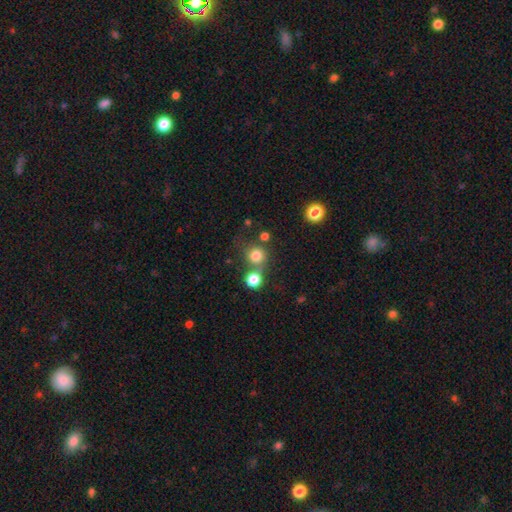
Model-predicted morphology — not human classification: A smooth galaxy with no disk features (78%) that is round (90%). Merging: none (60%).